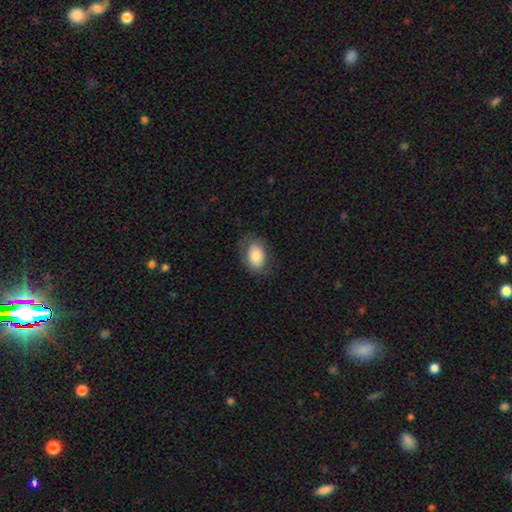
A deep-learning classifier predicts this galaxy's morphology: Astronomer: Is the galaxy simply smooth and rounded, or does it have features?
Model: smooth — 78%.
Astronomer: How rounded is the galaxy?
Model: in between — 85%.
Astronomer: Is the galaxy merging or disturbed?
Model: none — 76%.